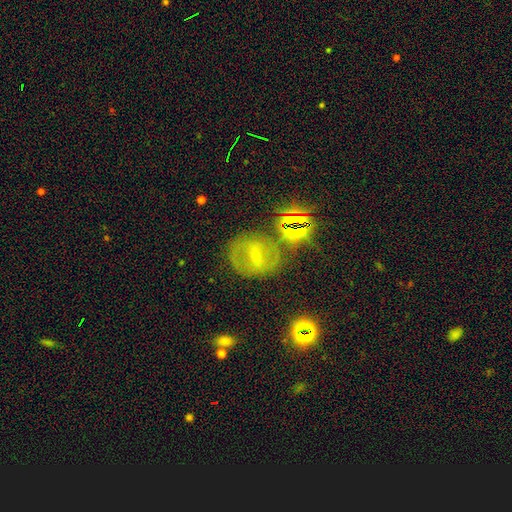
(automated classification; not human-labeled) Smooth or featured?
  - featured or disk: 54% *
  - smooth: 24%
  - star or artifact: 22%
Edge-on disk?
  - no: 94% *
  - yes: 6%
Bar?
  - weak: 40% *
  - strong: 38%
  - no: 23%
Spiral arms?
  - yes: 58% *
  - no: 42%
Bulge size?
  - small: 73% *
  - moderate: 23%
  - none: 2%
  - large: 1%
  - dominant: 1%
Merging?
  - none: 67% *
  - minor disturbance: 16%
  - merger: 10%
  - major disturbance: 8%